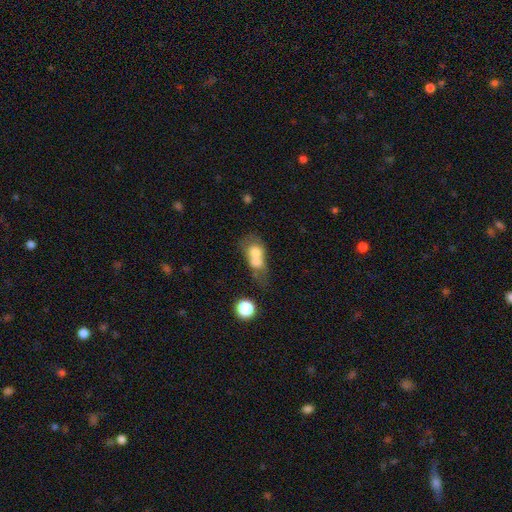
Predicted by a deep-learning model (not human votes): smooth-or-featured: smooth: 62% | featured or disk: 28% | star or artifact: 10%
  how-rounded: in between: 58% | round: 36% | cigar-shaped: 6%
  merging: merger: 62% | none: 17% | major disturbance: 11% | minor disturbance: 10%